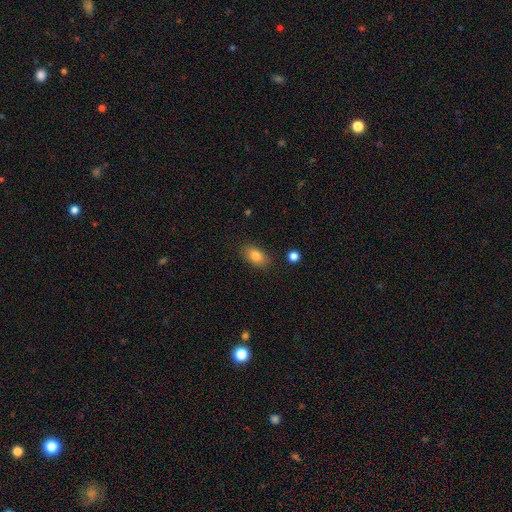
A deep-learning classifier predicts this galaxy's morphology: Smooth or featured?
  - smooth: 82% *
  - featured or disk: 9%
  - star or artifact: 9%
How rounded?
  - in between: 88% *
  - round: 9%
  - cigar-shaped: 3%
Merging?
  - none: 85% *
  - minor disturbance: 11%
  - major disturbance: 3%
  - merger: 2%